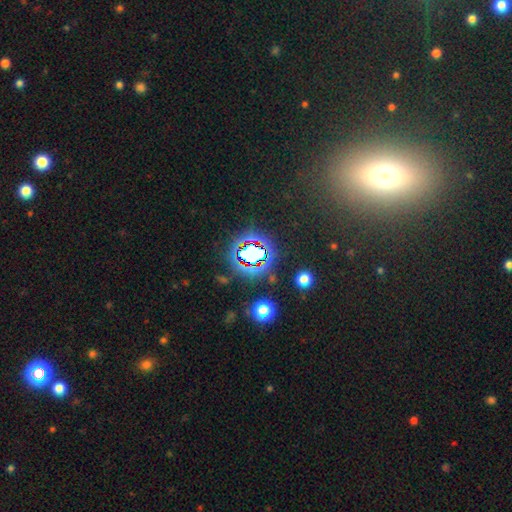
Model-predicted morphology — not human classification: The model was most divided on "smooth or featured": star or artifact: 71%, smooth: 18%, featured or disk: 10%.